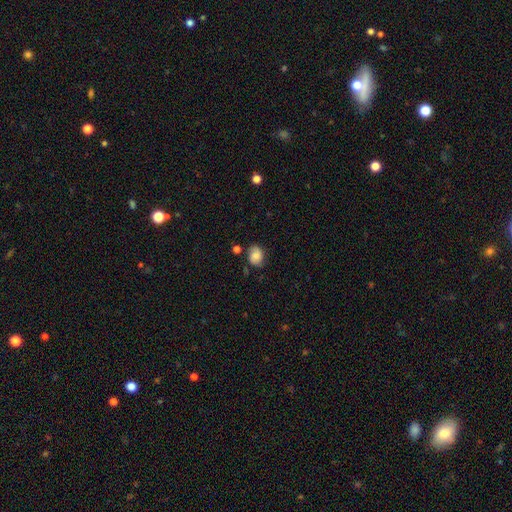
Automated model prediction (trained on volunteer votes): Morphology: type=smooth (72%); roundness=in between (56%); merging=none (70%).